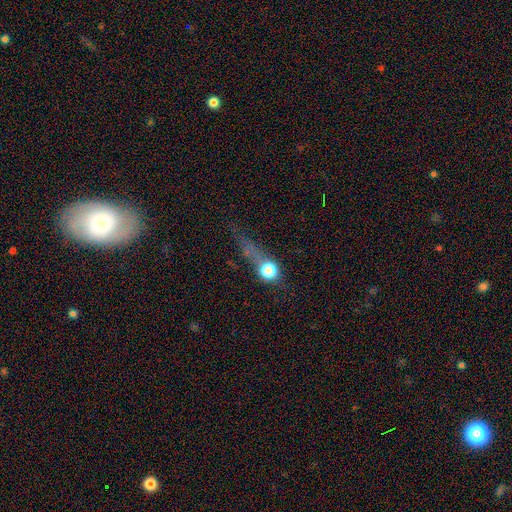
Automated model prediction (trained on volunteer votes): The model was most divided on "smooth or featured": smooth: 40%, star or artifact: 35%, featured or disk: 25%. More confident: merging — none (51%).